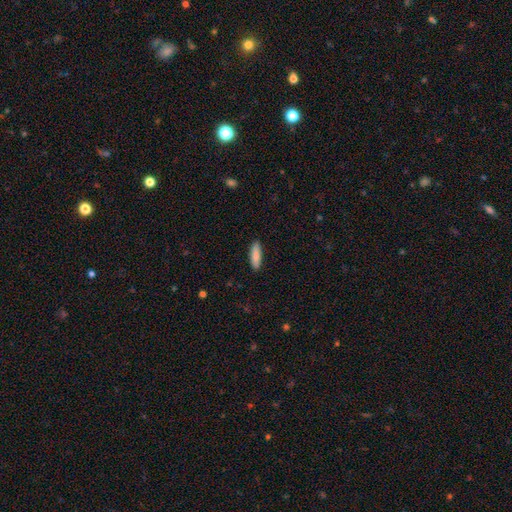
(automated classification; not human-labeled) Smooth or featured?
  - smooth: 87% *
  - featured or disk: 7%
  - star or artifact: 6%
How rounded?
  - cigar-shaped: 60% *
  - in between: 38%
  - round: 2%
Merging?
  - none: 89% *
  - minor disturbance: 8%
  - major disturbance: 2%
  - merger: 1%